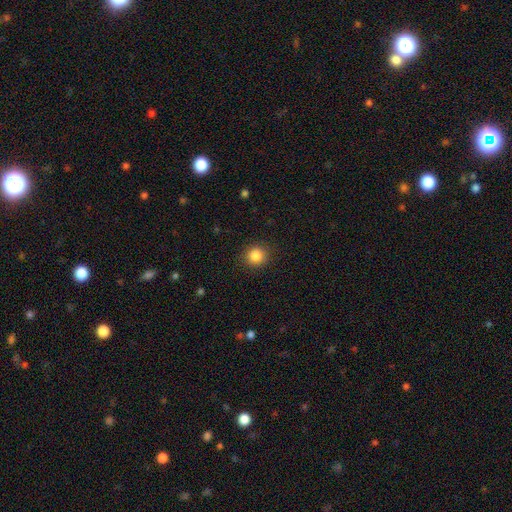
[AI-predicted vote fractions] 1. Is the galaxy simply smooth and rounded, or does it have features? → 85% smooth, 10% star or artifact, 4% featured or disk.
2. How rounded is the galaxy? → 90% round, 9% in between, 1% cigar-shaped.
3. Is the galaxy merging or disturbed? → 90% none, 6% minor disturbance, 2% major disturbance, 1% merger.